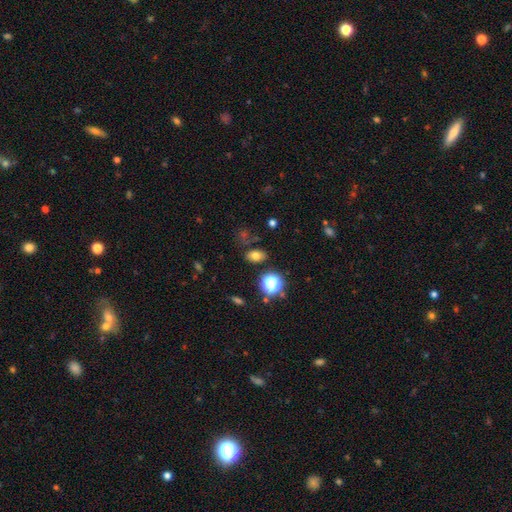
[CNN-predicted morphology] Smooth or featured? Predicted: smooth (p=0.70). How rounded? Predicted: in between (p=0.78). Merging? Predicted: none (p=0.78).